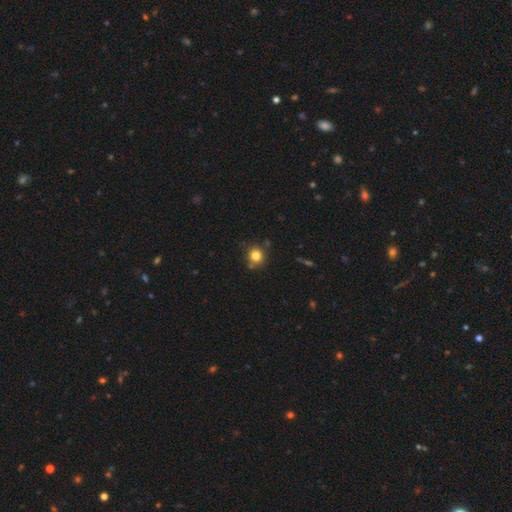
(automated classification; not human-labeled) smooth-or-featured: smooth: 82% | star or artifact: 12% | featured or disk: 6%
  how-rounded: round: 85% | in between: 14% | cigar-shaped: 1%
  merging: none: 79% | minor disturbance: 11% | merger: 7% | major disturbance: 3%